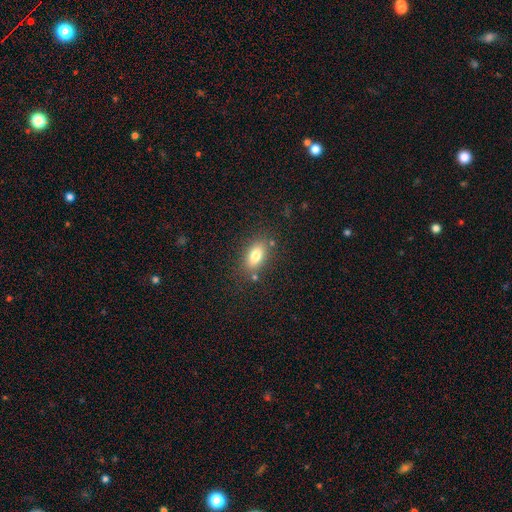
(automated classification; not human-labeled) This appears to be a smooth galaxy with no disk features (78%) that is in between round and cigar-shaped (85%). Merging: none (79%).